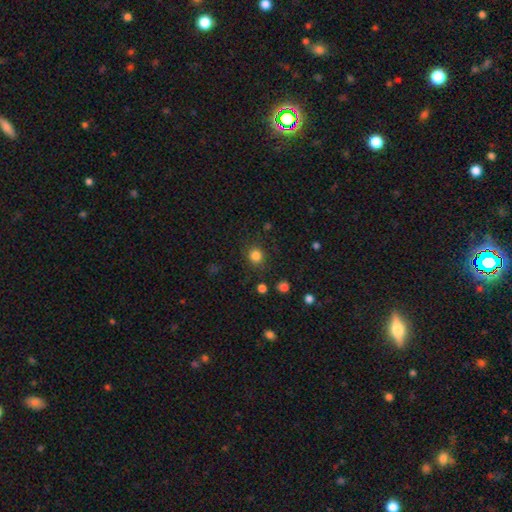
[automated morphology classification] type=smooth (83%); roundness=round (86%); merging=none (85%).